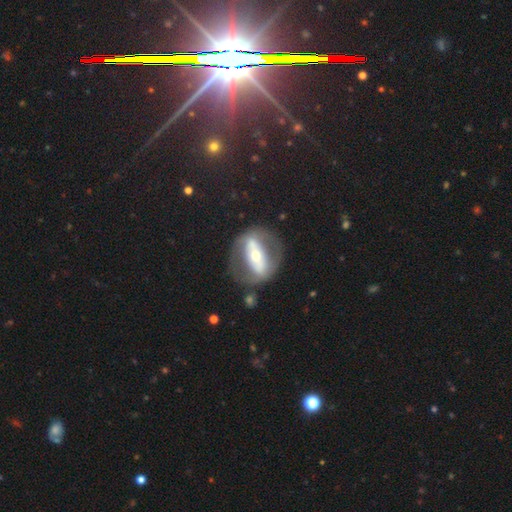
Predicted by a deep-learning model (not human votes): smooth-or-featured: featured or disk: 70% | smooth: 24% | star or artifact: 6%
  disk-edge-on: no: 83% | yes: 17%
    bar: strong: 64% | no: 22% | weak: 14%
    has-spiral-arms: no: 75% | yes: 25%
    bulge-size: moderate: 50% | small: 40% | large: 7% | dominant: 2% | none: 1%
  merging: none: 66% | major disturbance: 16% | minor disturbance: 15% | merger: 3%